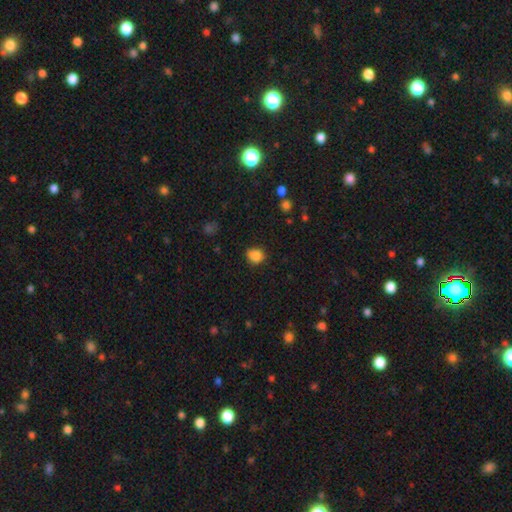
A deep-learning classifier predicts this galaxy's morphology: The model was most divided on "how rounded": round: 69%, in between: 30%, cigar-shaped: 1%. More confident: smooth or featured — smooth (85%); merging — none (78%).